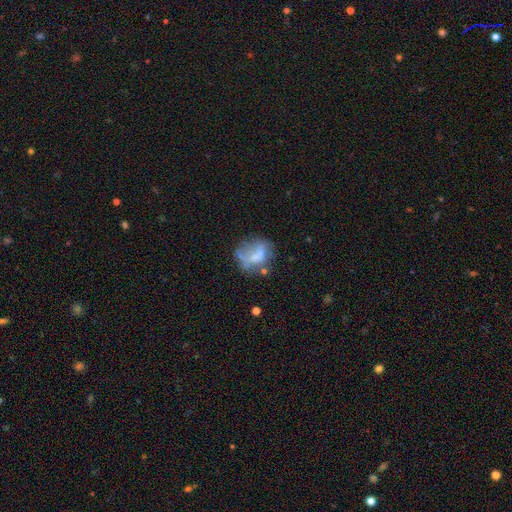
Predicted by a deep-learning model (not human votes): Smooth or featured: featured or disk — 46% (smooth — 42%)
Merging: none — 36% (major disturbance — 25%)